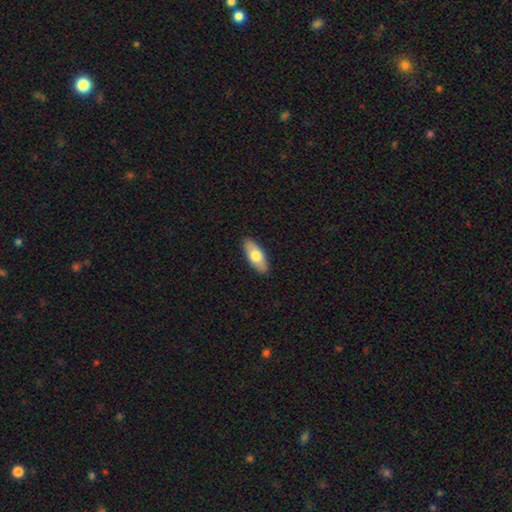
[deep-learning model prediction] This is likely a smooth galaxy (69%). How rounded: clearly in between (81%). Merging: clearly none (89%).